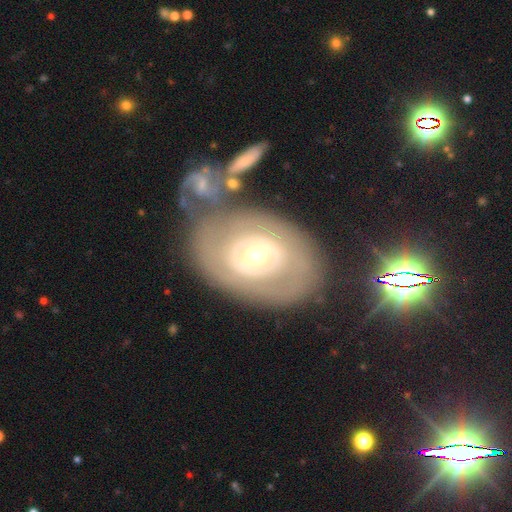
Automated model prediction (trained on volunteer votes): smooth-or-featured: featured or disk: 72% | smooth: 21% | star or artifact: 7%
  disk-edge-on: no: 95% | yes: 5%
    bar: no: 75% | weak: 17% | strong: 8%
    has-spiral-arms: no: 56% | yes: 44%
    bulge-size: moderate: 47% (tied) | small: 47% (tied) | large: 4% | dominant: 1% | none: 1%
  merging: none: 57% | minor disturbance: 16% | merger: 15% | major disturbance: 12%